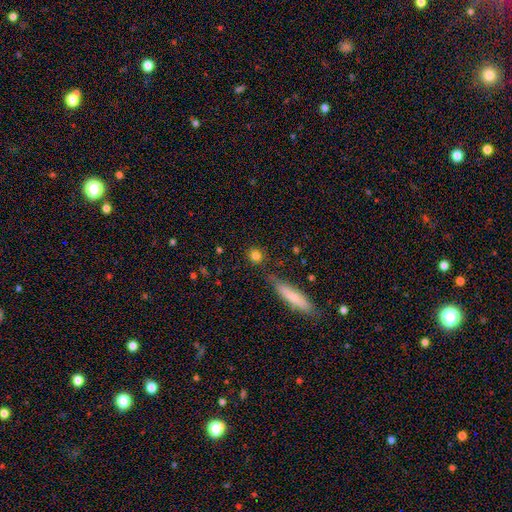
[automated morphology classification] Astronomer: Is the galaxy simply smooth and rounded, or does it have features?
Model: smooth — 81%.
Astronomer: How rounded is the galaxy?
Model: round — 77%.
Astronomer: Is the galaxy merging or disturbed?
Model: none — 82%.